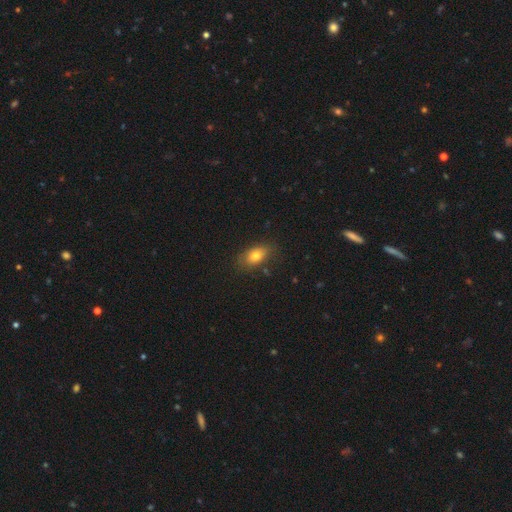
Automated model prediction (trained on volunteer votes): Q: Smooth or featured?
A: smooth (79%); runner-up: featured or disk (12%)
Q: How rounded?
A: in between (84%); runner-up: round (12%)
Q: Merging?
A: none (78%); runner-up: minor disturbance (16%)